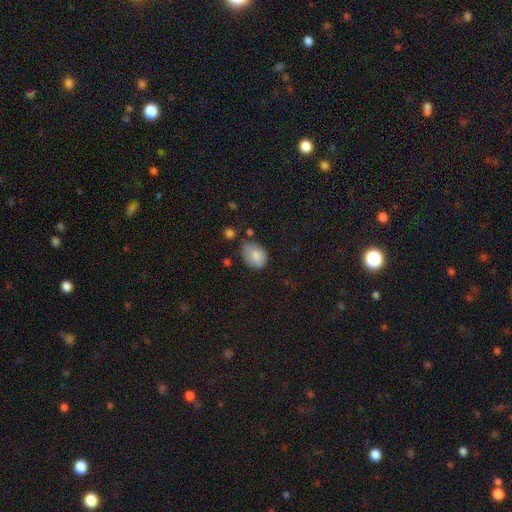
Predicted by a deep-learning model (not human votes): A smooth galaxy with no disk features (83%) that is in between round and cigar-shaped (77%).

Vote fractions:
- Smooth or featured? smooth: 83% / featured or disk: 10% / star or artifact: 7%
- How rounded? in between: 77% / round: 22% / cigar-shaped: 1%
- Merging? none: 57% / minor disturbance: 31% / major disturbance: 8% / merger: 4%